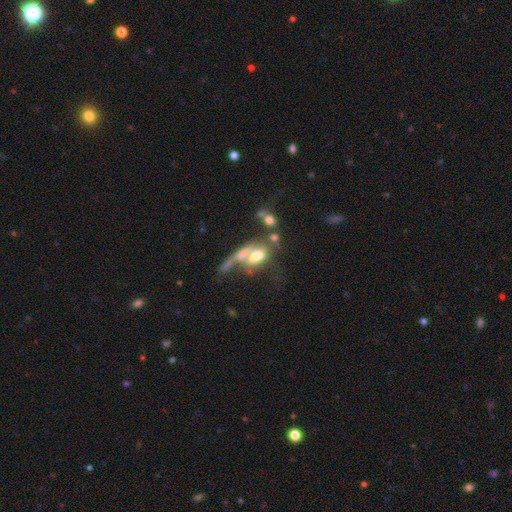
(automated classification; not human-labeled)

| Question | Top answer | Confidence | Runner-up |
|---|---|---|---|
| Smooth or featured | featured or disk | 45% | smooth (43%) |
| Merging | merger | 47% | major disturbance (30%) |